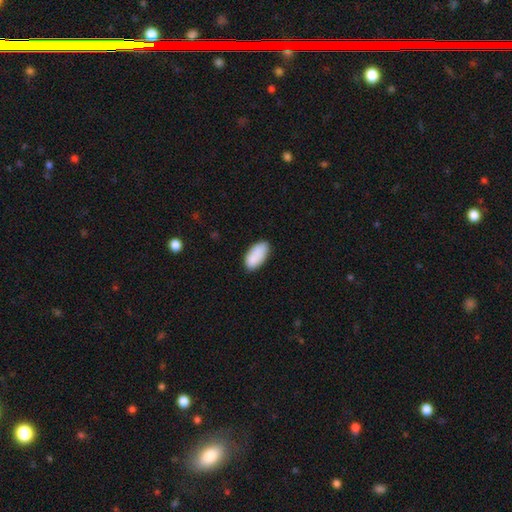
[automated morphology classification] Smooth or featured? Predicted: smooth (p=0.86). How rounded? Predicted: in between (p=0.94). Merging? Predicted: none (p=0.75).